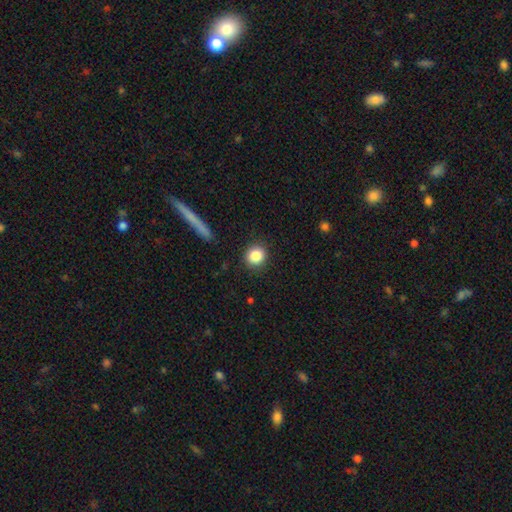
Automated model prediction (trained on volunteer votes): Overall: smooth (86%). How rounded: round (85%). Merging: none (89%).